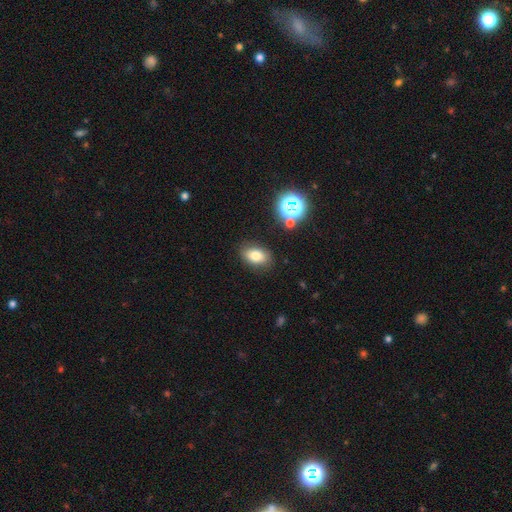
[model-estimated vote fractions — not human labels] Smooth or featured? smooth (77%)
How rounded? in between (85%)
Merging? none (83%)